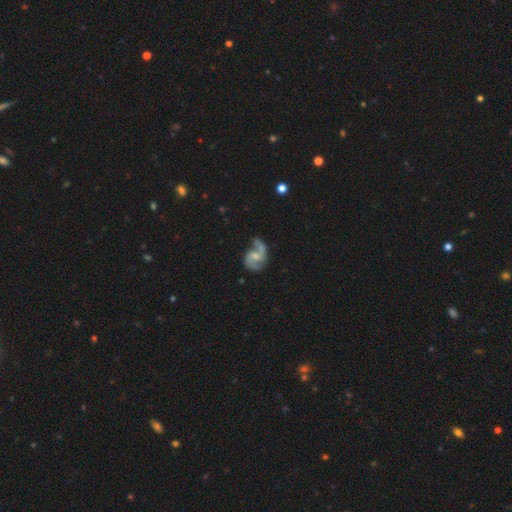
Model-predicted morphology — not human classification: Smooth or featured? featured or disk (79%)
Edge-on disk? no (98%)
Bar? weak (47%)
Spiral arms? yes (93%)
Spiral winding? medium (46%)
Spiral arm count? 2 (83%)
Bulge size? small (47%)
Merging? none (47%)